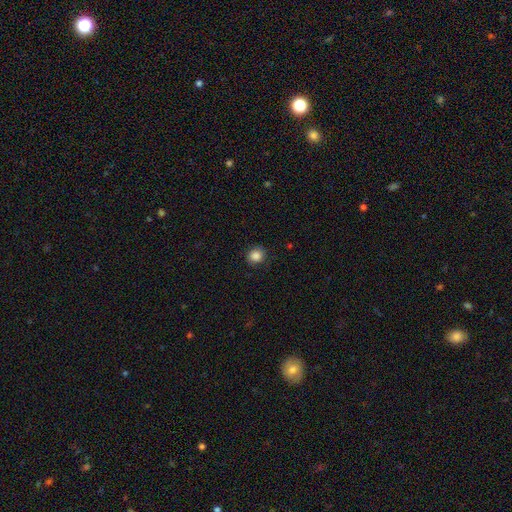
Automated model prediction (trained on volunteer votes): Morphology: type=smooth (86%); roundness=round (86%); merging=none (87%).